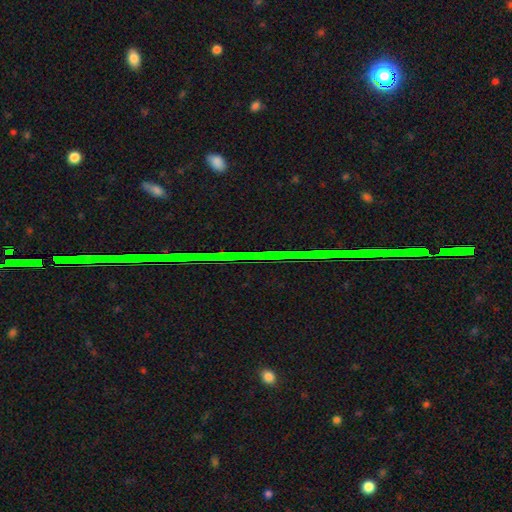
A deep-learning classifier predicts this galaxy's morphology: This is clearly a star or artifact rather than a galaxy (81%).